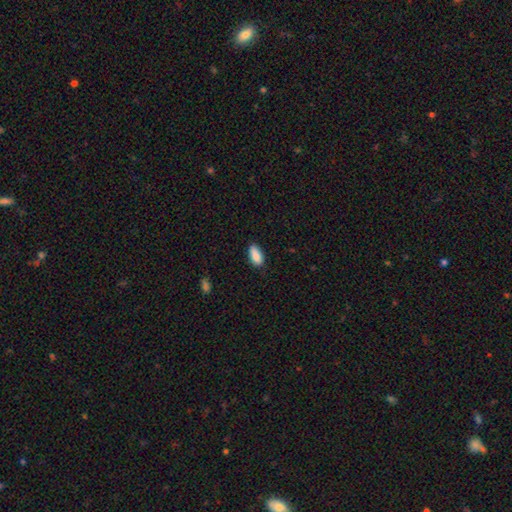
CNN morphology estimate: Smooth or featured? Predicted: smooth (p=0.88). How rounded? Predicted: in between (p=0.89). Merging? Predicted: none (p=0.81).